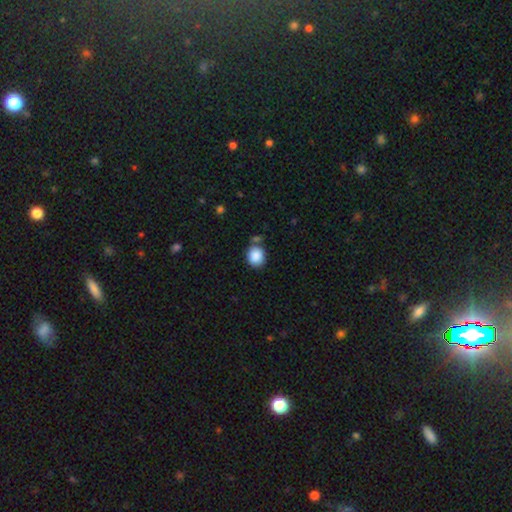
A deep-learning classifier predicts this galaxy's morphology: Smooth or featured?
  - smooth: 88% *
  - star or artifact: 8%
  - featured or disk: 4%
How rounded?
  - round: 71% *
  - in between: 28%
  - cigar-shaped: 1%
Merging?
  - none: 70% *
  - minor disturbance: 14%
  - merger: 12%
  - major disturbance: 4%